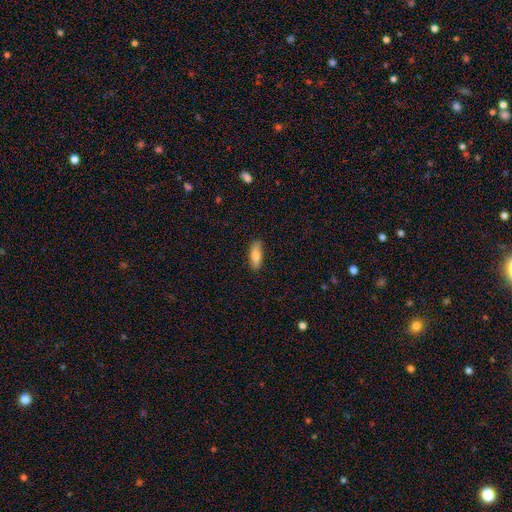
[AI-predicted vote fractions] This is clearly a smooth galaxy (81%). How rounded: likely in between (62%). Merging: clearly none (86%).